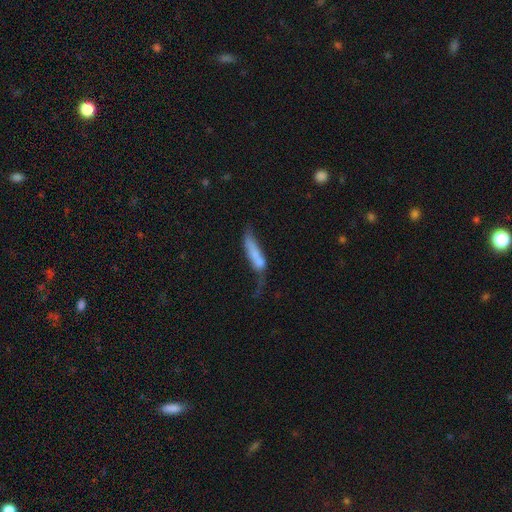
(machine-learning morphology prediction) Smooth or featured? smooth (60%)
How rounded? cigar-shaped (67%)
Merging? major disturbance (30%)